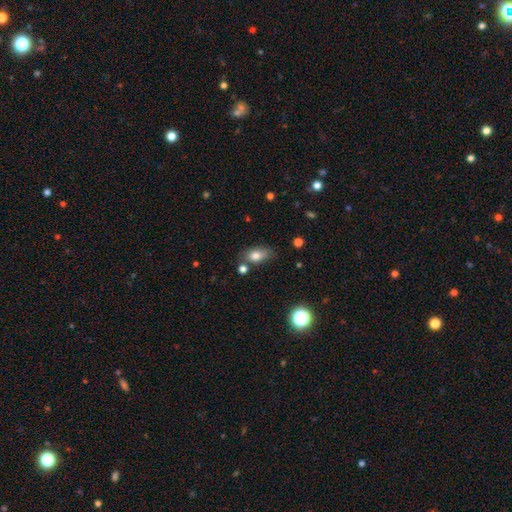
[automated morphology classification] A smooth galaxy with no disk features (79%) that is in between round and cigar-shaped (81%).

Vote fractions:
- Smooth or featured? smooth: 79% / featured or disk: 11% / star or artifact: 10%
- How rounded? in between: 81% / round: 14% / cigar-shaped: 5%
- Merging? none: 62% / minor disturbance: 22% / merger: 9% / major disturbance: 7%